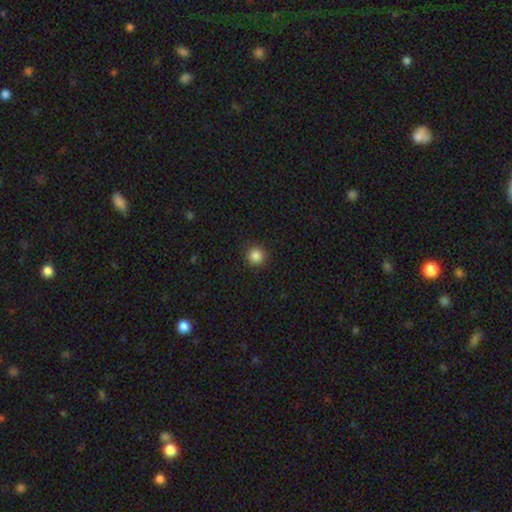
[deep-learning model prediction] This is clearly a smooth galaxy (86%). How rounded: clearly round (95%). Merging: clearly none (91%).